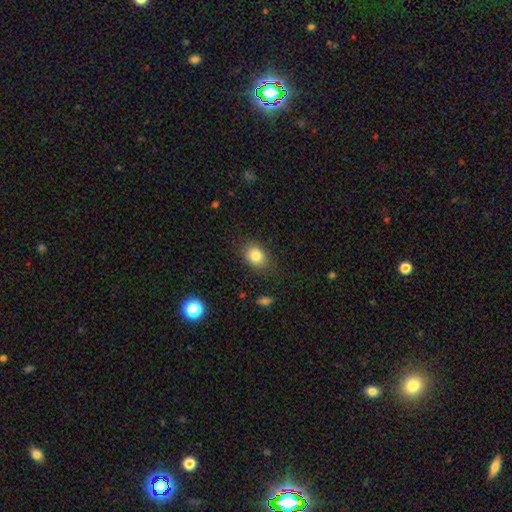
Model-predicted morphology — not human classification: type=smooth (83%); roundness=in between (71%); merging=none (83%).